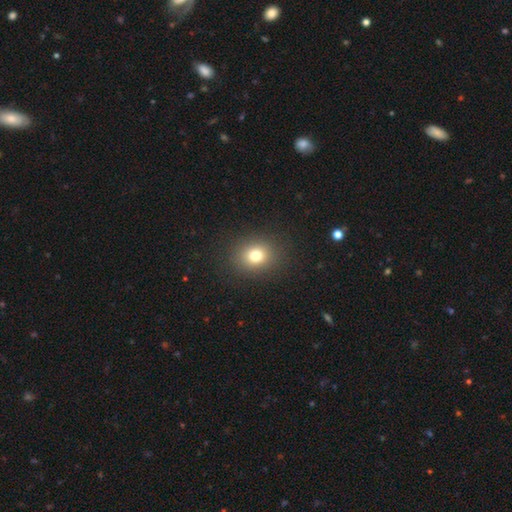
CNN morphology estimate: Smooth or featured? Predicted: smooth (p=0.77). How rounded? Predicted: round (p=0.65). Merging? Predicted: none (p=0.89).